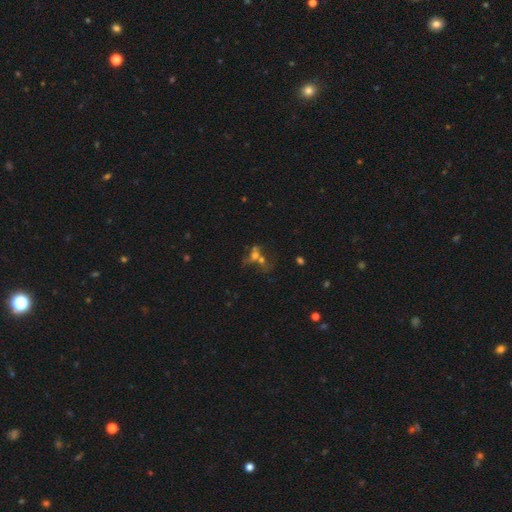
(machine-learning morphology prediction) smooth_or_featured: smooth (p=0.40) [alt: featured or disk p=0.31]
merging: merger (p=0.53) [alt: none p=0.27]